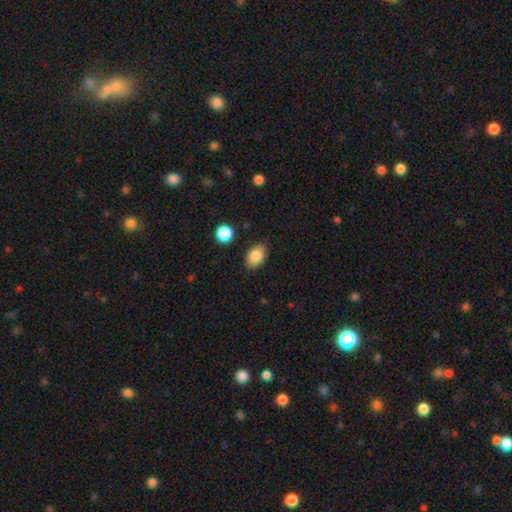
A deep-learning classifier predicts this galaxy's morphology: The model was most divided on "how rounded": in between: 83%, round: 16%, cigar-shaped: 1%. More confident: smooth or featured — smooth (86%); merging — none (85%).